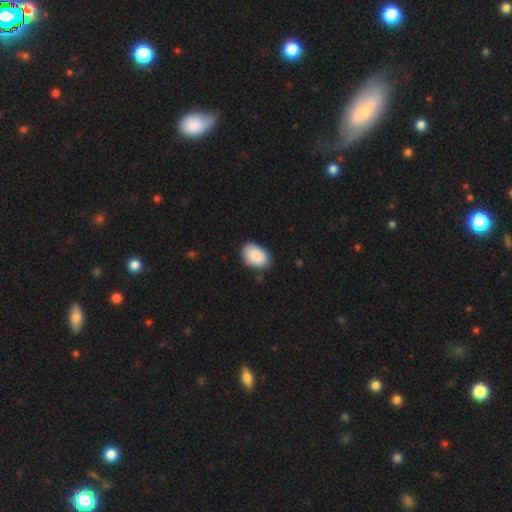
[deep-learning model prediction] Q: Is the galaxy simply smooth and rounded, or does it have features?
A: smooth — 89%.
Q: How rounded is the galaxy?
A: in between — 90%.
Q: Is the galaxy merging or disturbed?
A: none — 82%.